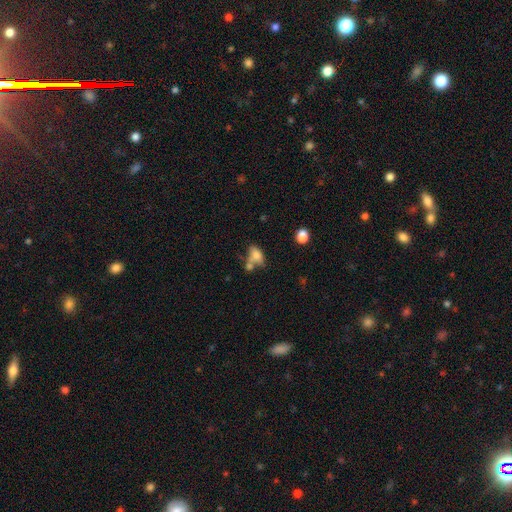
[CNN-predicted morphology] This is likely a smooth galaxy (73%). How rounded: clearly in between (84%). Merging: marginally merger (38%).